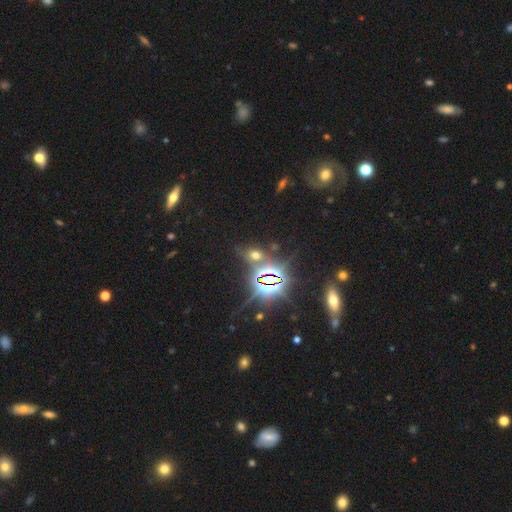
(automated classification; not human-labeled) A star or artifact, not a galaxy (58%).

Vote fractions:
- Smooth or featured? star or artifact: 58% / smooth: 33% / featured or disk: 9%